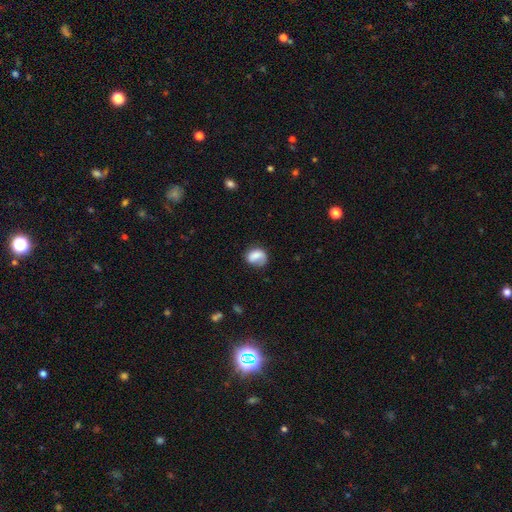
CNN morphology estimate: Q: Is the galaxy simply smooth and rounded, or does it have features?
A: smooth — 70%.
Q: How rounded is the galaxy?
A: in between — 50%.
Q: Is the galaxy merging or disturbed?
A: none — 53%.